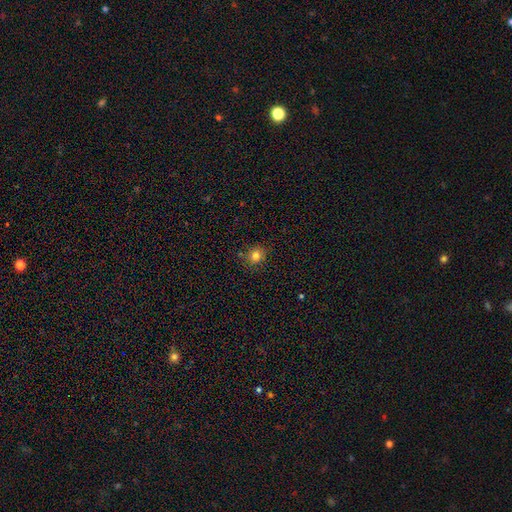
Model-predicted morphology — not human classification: A smooth galaxy with no disk features (80%) that is round (74%).

Vote fractions:
- Smooth or featured? smooth: 80% / star or artifact: 13% / featured or disk: 7%
- How rounded? round: 74% / in between: 25% / cigar-shaped: 1%
- Merging? none: 83% / minor disturbance: 11% / merger: 3% / major disturbance: 3%